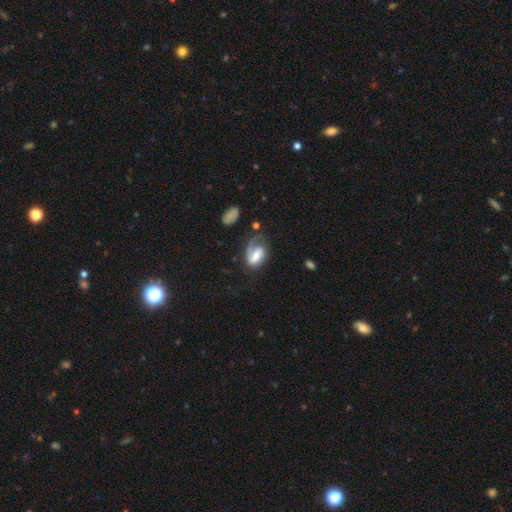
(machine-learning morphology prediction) Smooth or featured?
  - featured or disk: 55% *
  - smooth: 37%
  - star or artifact: 8%
Edge-on disk?
  - no: 96% *
  - yes: 4%
Bar?
  - weak: 41% *
  - no: 32%
  - strong: 27%
Spiral arms?
  - yes: 84% *
  - no: 16%
Bulge size?
  - moderate: 39% *
  - small: 25%
  - large: 21%
  - none: 11%
  - dominant: 4%
Merging?
  - none: 43% *
  - major disturbance: 31%
  - minor disturbance: 22%
  - merger: 4%